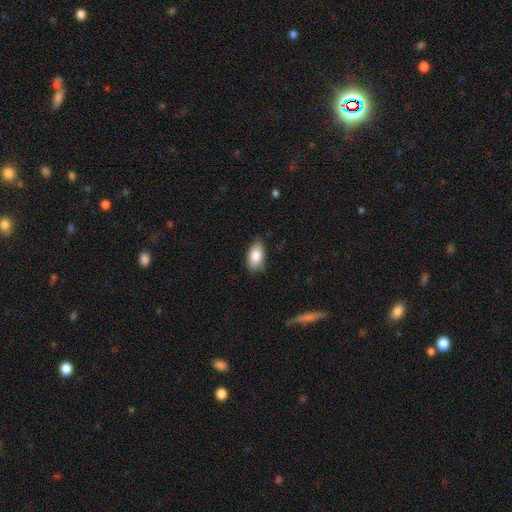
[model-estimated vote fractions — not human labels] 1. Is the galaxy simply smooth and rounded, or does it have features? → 85% smooth, 9% featured or disk, 7% star or artifact.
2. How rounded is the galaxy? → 93% in between, 4% round, 3% cigar-shaped.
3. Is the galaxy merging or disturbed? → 82% none, 15% minor disturbance, 3% major disturbance, 1% merger.